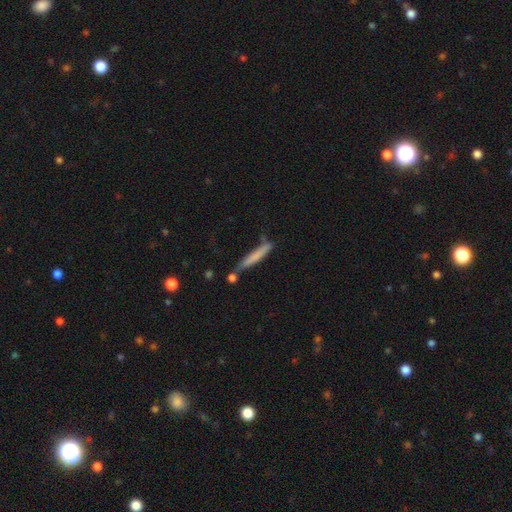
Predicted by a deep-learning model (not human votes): This appears to be a smooth galaxy with no disk features (69%) that is cigar-shaped (94%). Merging: none (65%).